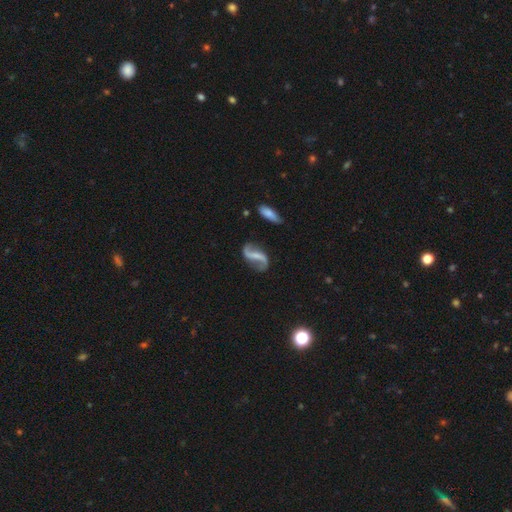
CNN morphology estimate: type=featured or disk (86%); edge-on=no (97%); bar=weak (39%); spiral arms=yes (95%); winding=loose (82%); arm count=2 (93%); bulge=none (50%); merging=none (75%).